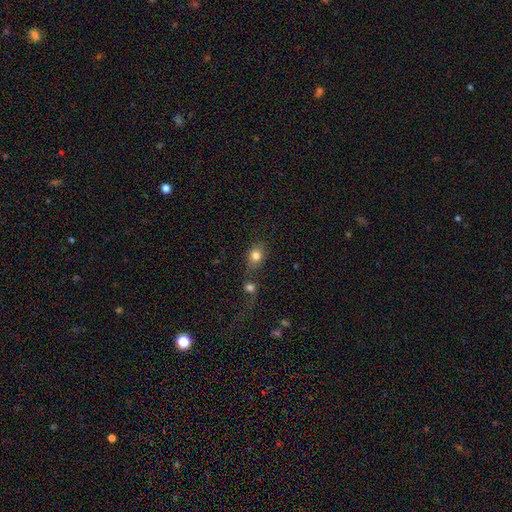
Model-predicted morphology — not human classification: Smooth or featured: smooth — 80% (star or artifact — 11%)
How rounded: round — 49% (tied with in between — 49%)
Merging: none — 52% (merger — 29%)